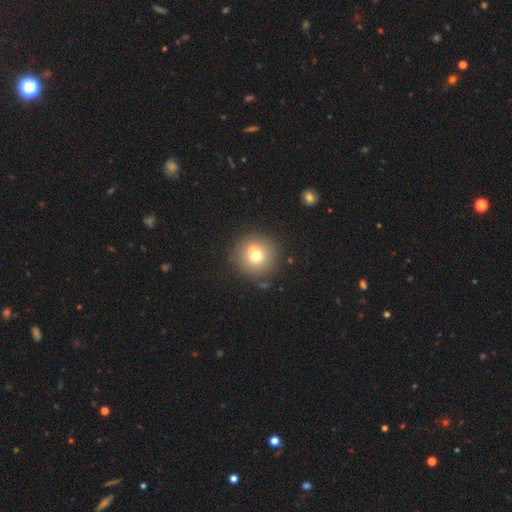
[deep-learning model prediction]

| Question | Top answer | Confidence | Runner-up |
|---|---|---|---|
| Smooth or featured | smooth | 64% | featured or disk (22%) |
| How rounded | round | 94% | in between (5%) |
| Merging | none | 60% | merger (30%) |